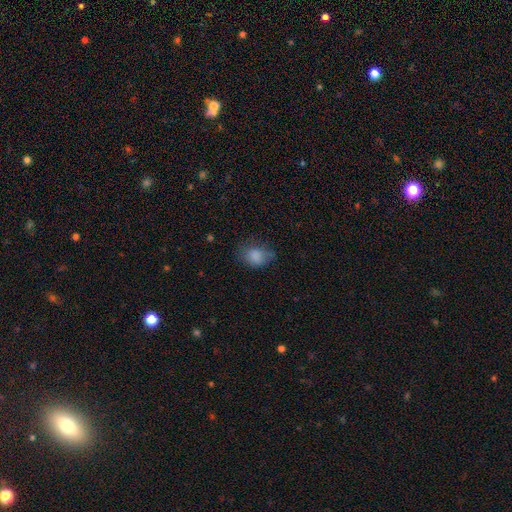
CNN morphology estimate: Smooth or featured? smooth (83%)
How rounded? in between (55%)
Merging? none (57%)